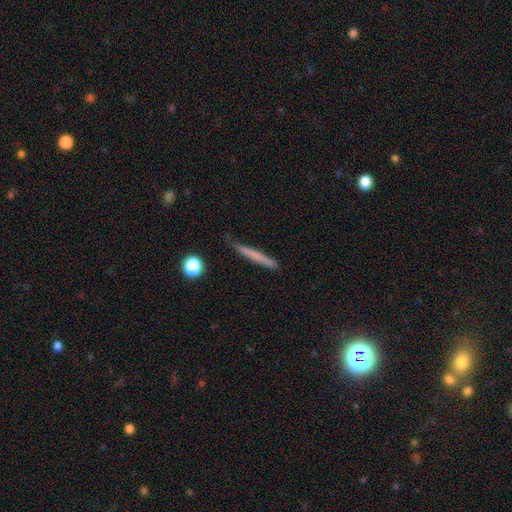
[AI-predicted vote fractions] smooth 65%, featured or disk 27%, star or artifact 8%. Down the decision tree: how rounded — cigar-shaped (96%); merging — none (77%).